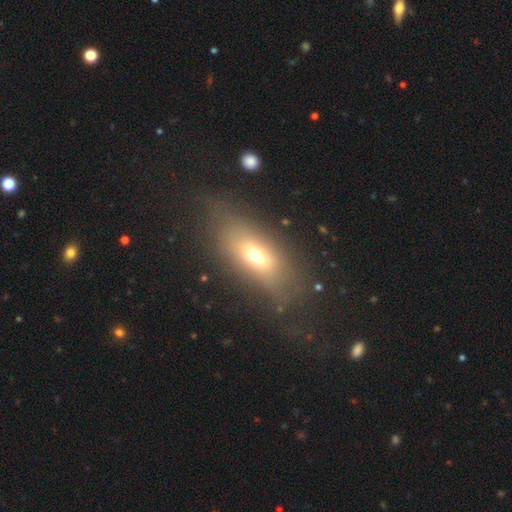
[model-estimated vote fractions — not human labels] smooth-or-featured: smooth: 61% | featured or disk: 27% | star or artifact: 12%
  how-rounded: in between: 75% | cigar-shaped: 15% | round: 10%
  merging: none: 64% | minor disturbance: 18% | major disturbance: 15% | merger: 2%